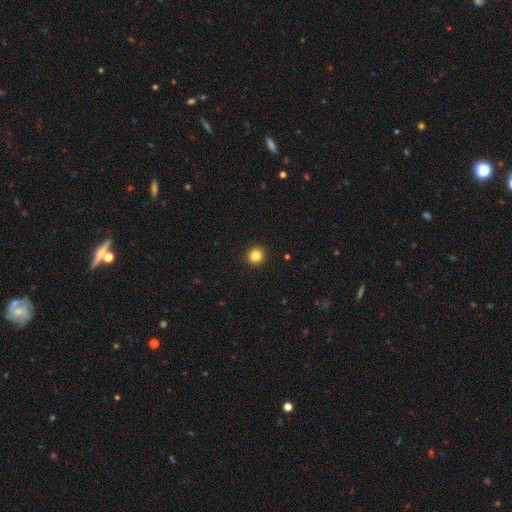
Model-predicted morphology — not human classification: A smooth galaxy with no disk features (85%) that is round (93%).

Vote fractions:
- Smooth or featured? smooth: 85% / star or artifact: 11% / featured or disk: 4%
- How rounded? round: 93% / in between: 6% / cigar-shaped: 1%
- Merging? none: 93% / minor disturbance: 4% / major disturbance: 2% / merger: 1%